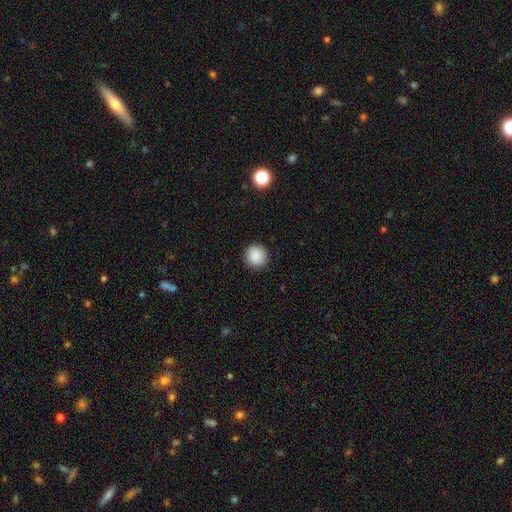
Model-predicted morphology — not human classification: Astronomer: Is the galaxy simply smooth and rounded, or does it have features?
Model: smooth — 89%.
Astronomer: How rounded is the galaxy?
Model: round — 95%.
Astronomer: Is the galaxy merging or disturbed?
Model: none — 92%.